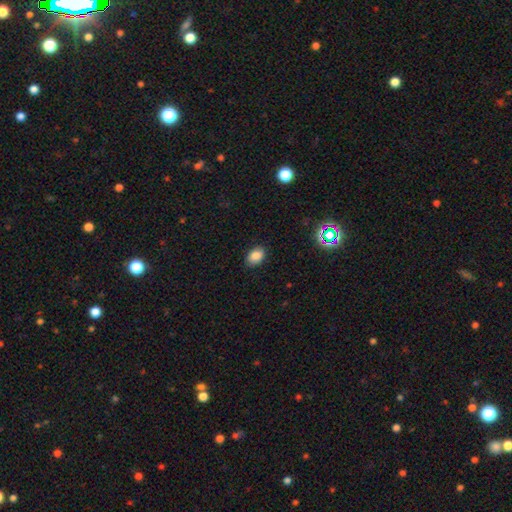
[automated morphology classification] This appears to be a smooth galaxy with no disk features (85%) that is in between round and cigar-shaped (83%). Merging: none (86%).